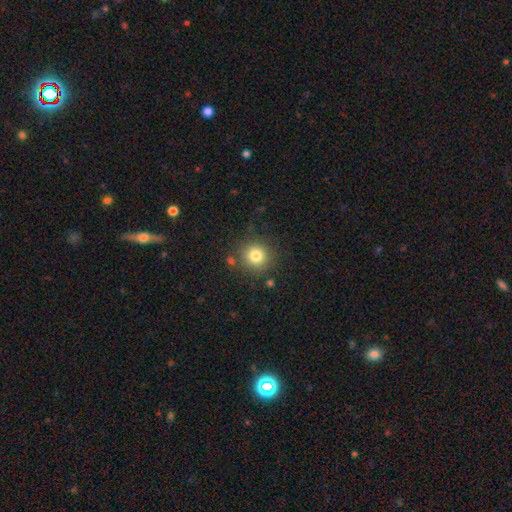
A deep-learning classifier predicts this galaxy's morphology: smooth 80%, star or artifact 12%, featured or disk 8%. Down the decision tree: how rounded — round (93%); merging — none (82%).